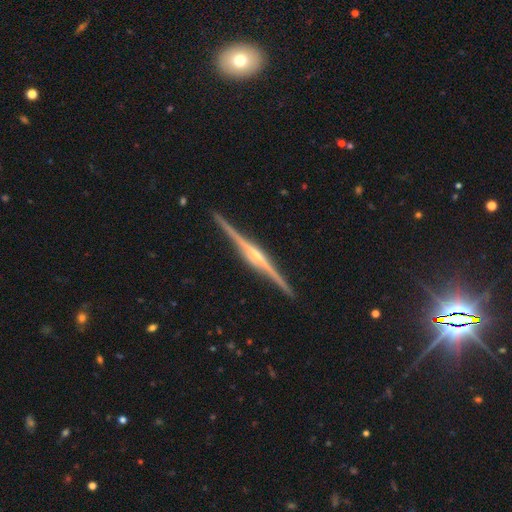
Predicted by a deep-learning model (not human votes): This is clearly a featured or disk galaxy (90%). It is clearly viewed edge-on (99%). Edge-on bulge: likely rounded (77%). Merging: clearly none (91%).